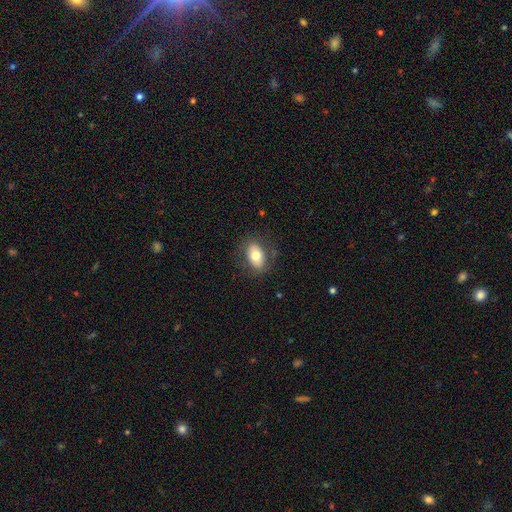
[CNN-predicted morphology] type=smooth (73%); roundness=in between (88%); merging=none (80%).